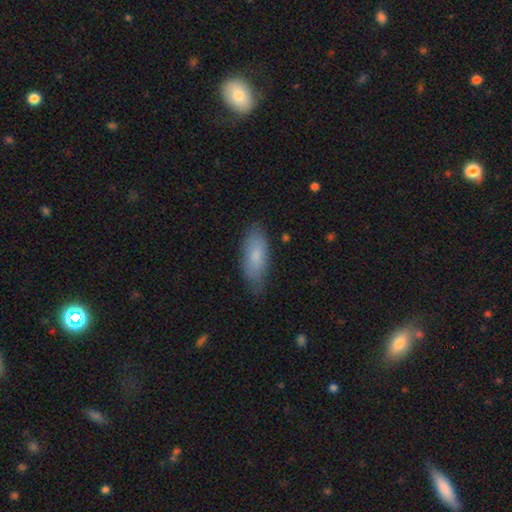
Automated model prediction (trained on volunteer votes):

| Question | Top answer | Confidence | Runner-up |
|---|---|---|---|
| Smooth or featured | smooth | 80% | featured or disk (14%) |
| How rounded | in between | 73% | cigar-shaped (25%) |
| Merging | none | 74% | minor disturbance (20%) |